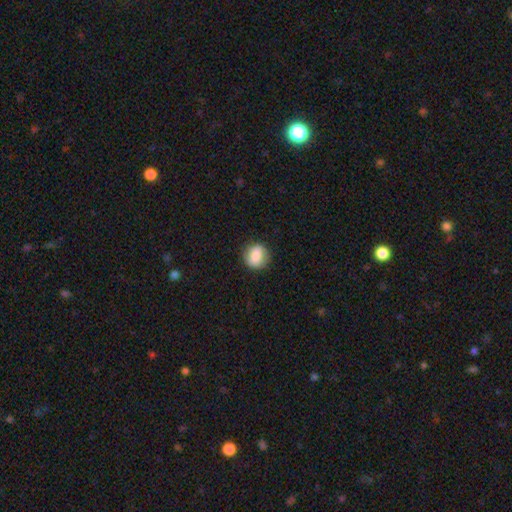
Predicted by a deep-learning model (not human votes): Smooth or featured? Predicted: smooth (p=0.82). How rounded? Predicted: round (p=0.75). Merging? Predicted: none (p=0.85).